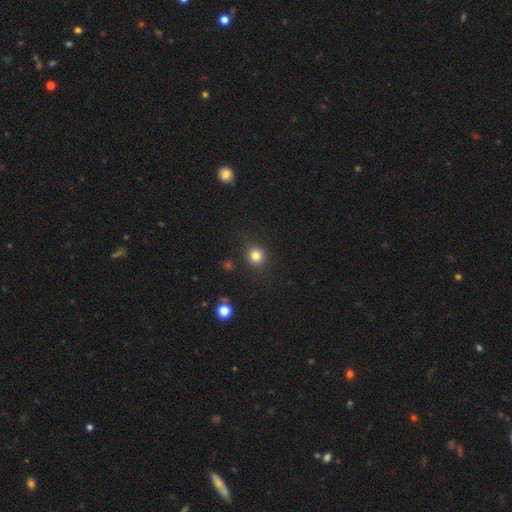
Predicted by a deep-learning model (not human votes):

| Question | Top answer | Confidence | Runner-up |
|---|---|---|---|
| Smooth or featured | smooth | 81% | star or artifact (13%) |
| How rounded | round | 86% | in between (13%) |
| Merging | none | 87% | minor disturbance (9%) |